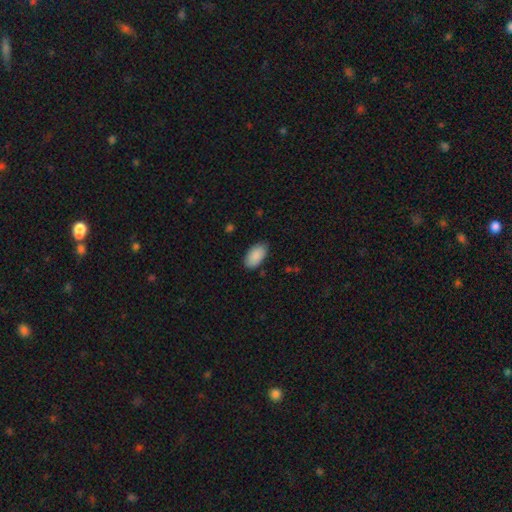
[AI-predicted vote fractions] A smooth galaxy with no disk features (90%) that is in between round and cigar-shaped (95%). Merging: none (83%).